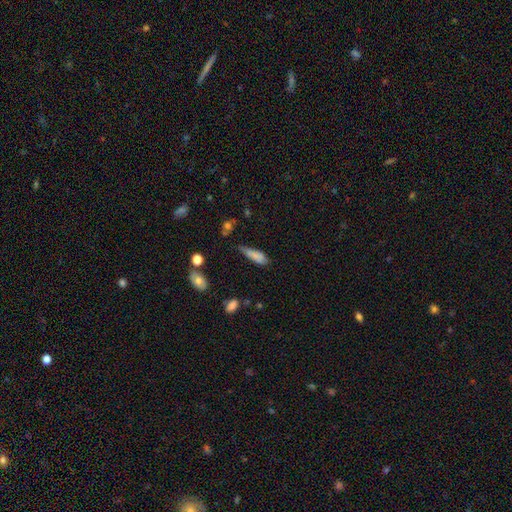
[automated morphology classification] This appears to be a smooth galaxy with no disk features (77%) that is cigar-shaped (55%). Merging: none (42%).